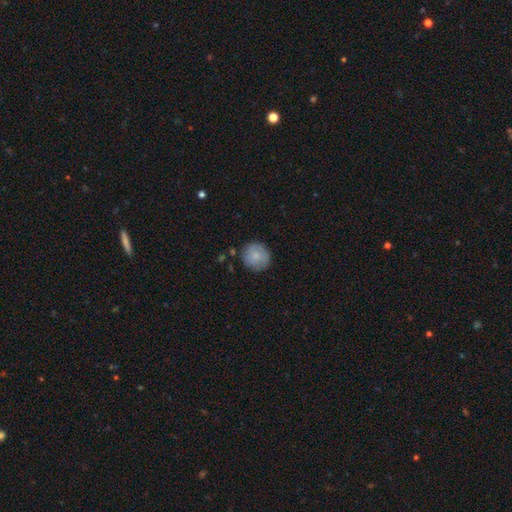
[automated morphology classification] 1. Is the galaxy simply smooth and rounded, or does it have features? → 81% smooth, 13% featured or disk, 7% star or artifact.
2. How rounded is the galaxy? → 92% round, 7% in between, 1% cigar-shaped.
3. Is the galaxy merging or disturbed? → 82% none, 14% minor disturbance, 3% major disturbance, 2% merger.